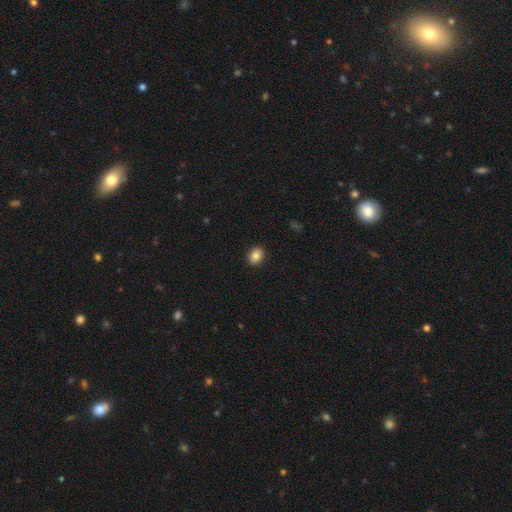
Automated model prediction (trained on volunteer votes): Smooth or featured? smooth (86%)
How rounded? in between (63%)
Merging? none (90%)